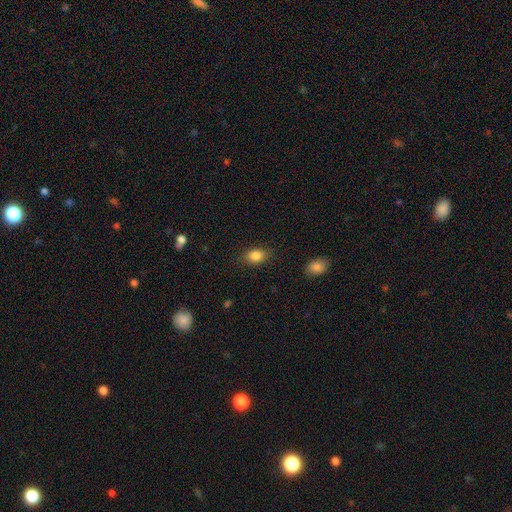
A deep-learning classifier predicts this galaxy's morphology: Smooth or featured: smooth — 85% (star or artifact — 9%)
How rounded: in between — 76% (round — 23%)
Merging: none — 85% (minor disturbance — 11%)